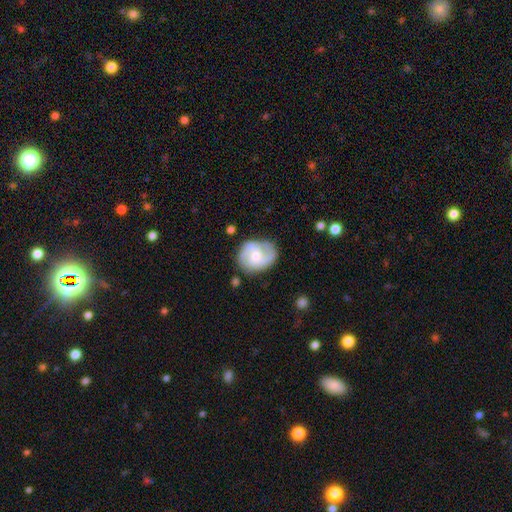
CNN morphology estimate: smooth_or_featured: featured or disk (p=0.74) [alt: smooth p=0.20]
disk_edge_on: no (p=0.98) [alt: yes p=0.02]
bar: no (p=0.55) [alt: weak p=0.37]
has_spiral_arms: yes (p=0.94) [alt: no p=0.06]
spiral_winding: medium (p=0.50) [alt: tight p=0.27]
spiral_arm_count: 2 (p=0.73) [alt: 3 p=0.11]
bulge_size: small (p=0.49) [alt: moderate p=0.44]
merging: none (p=0.73) [alt: minor disturbance p=0.18]